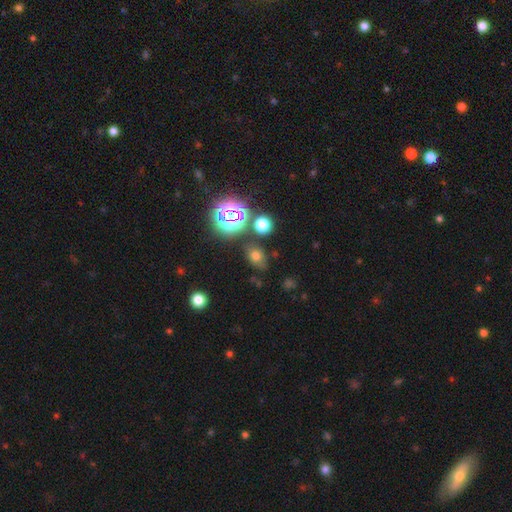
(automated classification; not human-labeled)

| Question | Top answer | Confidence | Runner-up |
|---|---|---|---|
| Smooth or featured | smooth | 59% | star or artifact (29%) |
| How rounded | in between | 66% | round (33%) |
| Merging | none | 74% | minor disturbance (14%) |